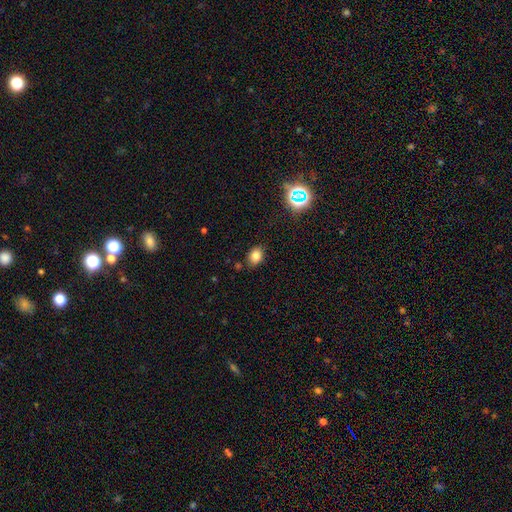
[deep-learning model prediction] Smooth or featured? Predicted: smooth (p=0.79). How rounded? Predicted: in between (p=0.63). Merging? Predicted: none (p=0.82).